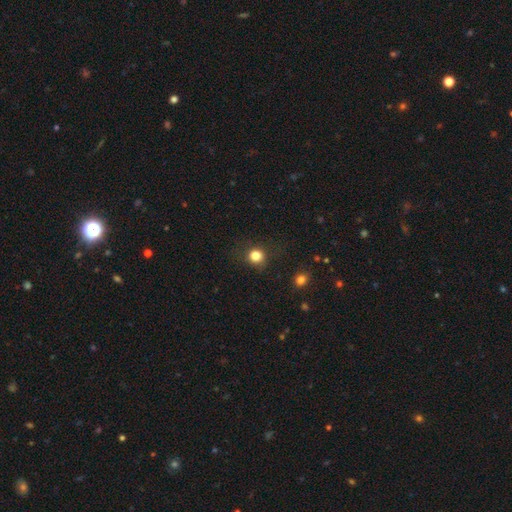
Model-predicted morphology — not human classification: smooth 82%, star or artifact 14%, featured or disk 5%. Down the decision tree: how rounded — round (89%); merging — none (83%).